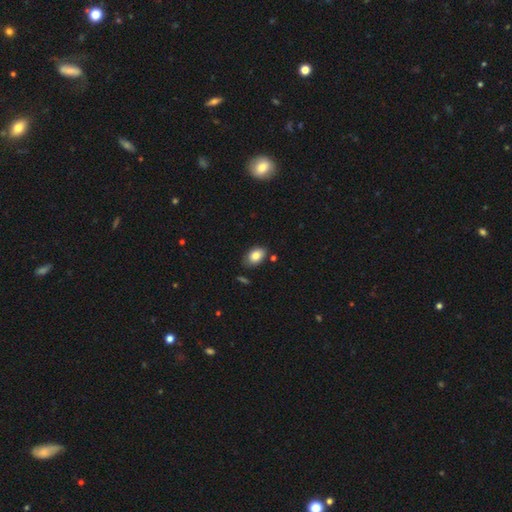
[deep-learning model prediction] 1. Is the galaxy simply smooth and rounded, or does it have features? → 83% smooth, 9% featured or disk, 8% star or artifact.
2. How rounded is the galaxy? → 88% in between, 10% round, 1% cigar-shaped.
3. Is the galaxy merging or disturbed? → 77% none, 16% minor disturbance, 4% merger, 3% major disturbance.